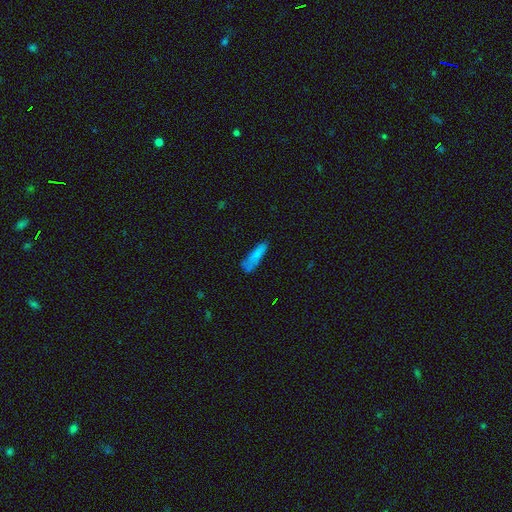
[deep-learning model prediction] Overall: smooth (79%). How rounded: cigar-shaped (70%). Merging: none (57%; minor disturbance 25%).